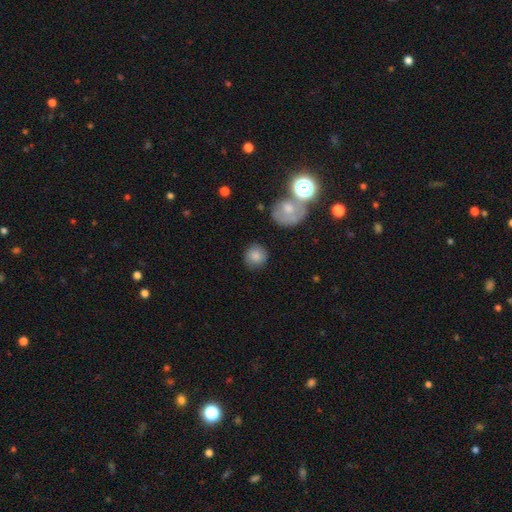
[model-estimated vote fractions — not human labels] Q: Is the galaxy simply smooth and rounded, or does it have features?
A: smooth — 82%.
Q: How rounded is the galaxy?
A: round — 90%.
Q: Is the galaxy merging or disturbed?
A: none — 84%.